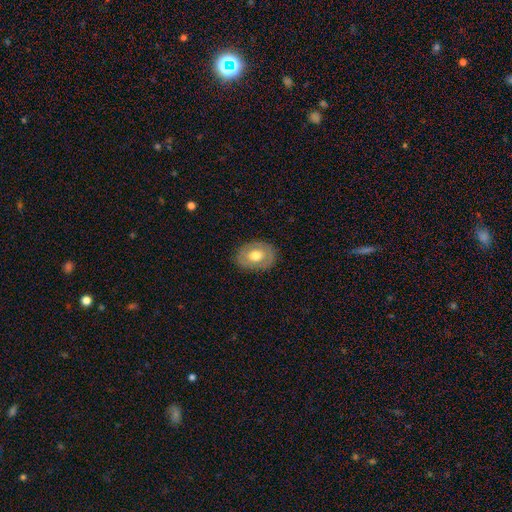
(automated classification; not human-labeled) A smooth galaxy with no disk features (57%) that is in between round and cigar-shaped (66%).

Vote fractions:
- Smooth or featured? smooth: 57% / featured or disk: 37% / star or artifact: 7%
- How rounded? in between: 66% / round: 33% / cigar-shaped: 1%
- Merging? none: 83% / minor disturbance: 12% / major disturbance: 4% / merger: 1%